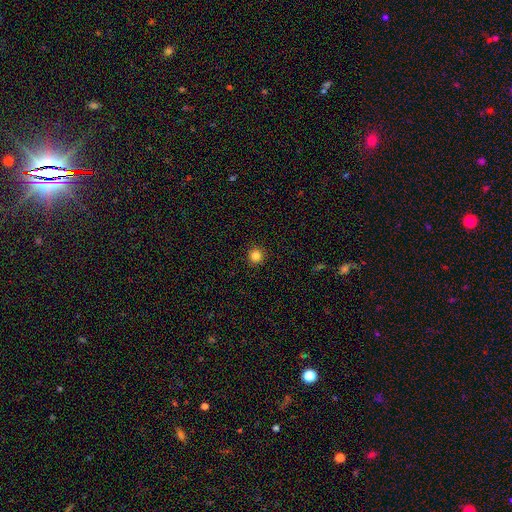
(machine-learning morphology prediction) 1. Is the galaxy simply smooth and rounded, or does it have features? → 85% smooth, 12% star or artifact, 4% featured or disk.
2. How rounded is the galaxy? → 95% round, 4% in between, 1% cigar-shaped.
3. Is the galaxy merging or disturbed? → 93% none, 5% minor disturbance, 2% major disturbance, 1% merger.